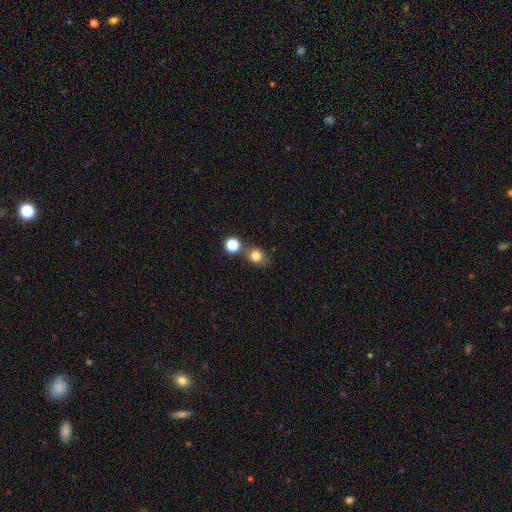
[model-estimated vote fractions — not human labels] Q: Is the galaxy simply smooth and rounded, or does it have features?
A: smooth — 79%.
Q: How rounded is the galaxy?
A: round — 62%.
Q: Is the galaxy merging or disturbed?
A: none — 67%.